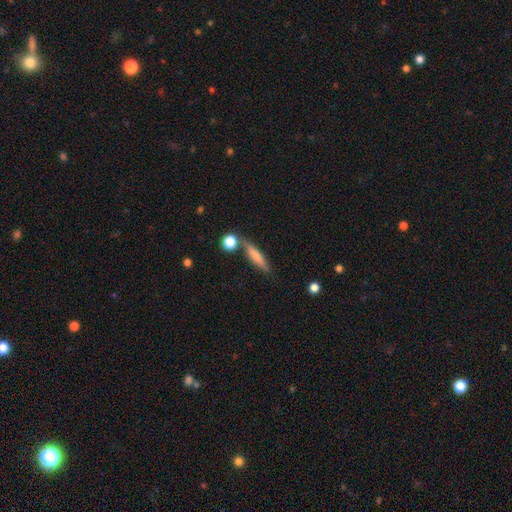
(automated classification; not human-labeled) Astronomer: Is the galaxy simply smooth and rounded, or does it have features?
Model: smooth — 65%.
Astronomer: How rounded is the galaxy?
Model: cigar-shaped — 80%.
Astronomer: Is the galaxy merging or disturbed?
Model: none — 72%.